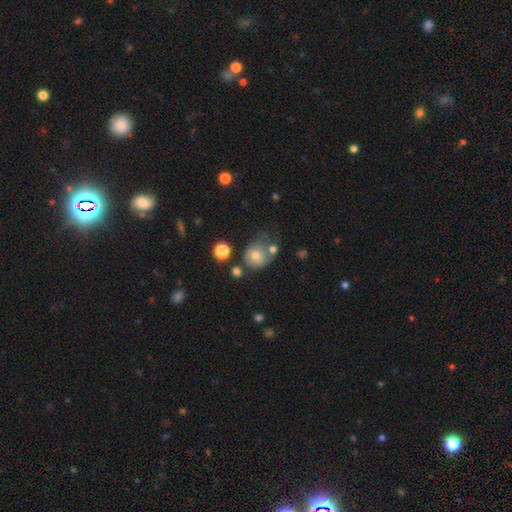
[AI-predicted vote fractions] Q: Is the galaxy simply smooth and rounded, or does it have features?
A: smooth — 64%.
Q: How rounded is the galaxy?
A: round — 77%.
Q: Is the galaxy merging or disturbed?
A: none — 43%.